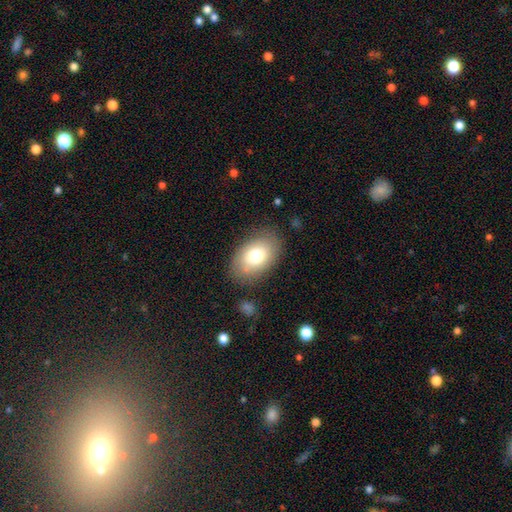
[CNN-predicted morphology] Overall: smooth (74%). How rounded: in between (87%). Merging: none (78%).